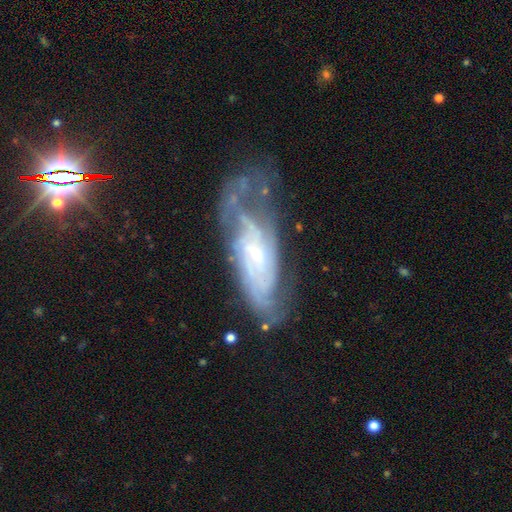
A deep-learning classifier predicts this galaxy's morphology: A featured or disk galaxy (82%) with no bar (54%), tight (54%) spiral arms (92%) and a small central bulge (73%). Merging: none (51%).